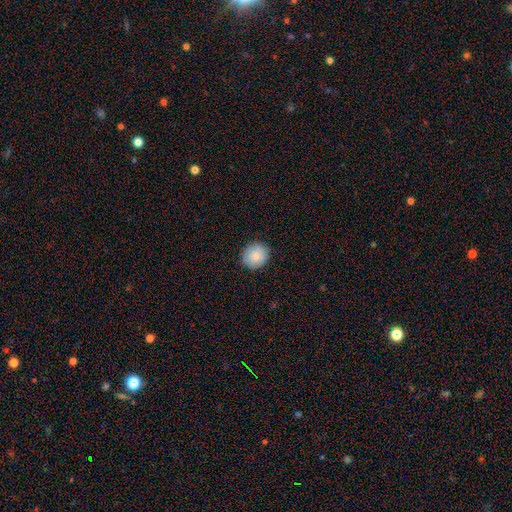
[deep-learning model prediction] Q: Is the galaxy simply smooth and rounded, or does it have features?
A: smooth — 84%.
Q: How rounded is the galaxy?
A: round — 85%.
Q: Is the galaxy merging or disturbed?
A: none — 89%.